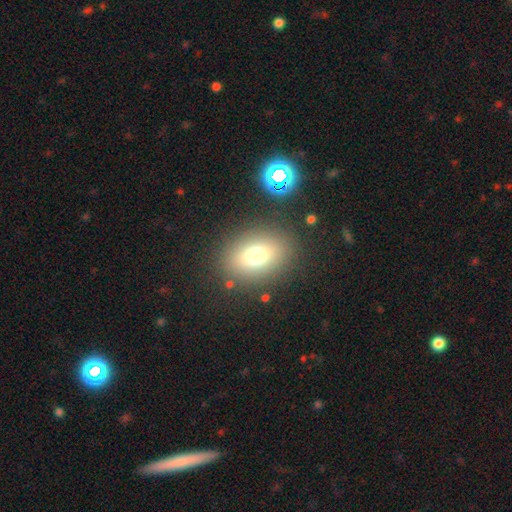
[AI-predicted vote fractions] Smooth or featured: smooth — 74% (star or artifact — 14%)
How rounded: in between — 73% (round — 25%)
Merging: none — 84% (minor disturbance — 9%)